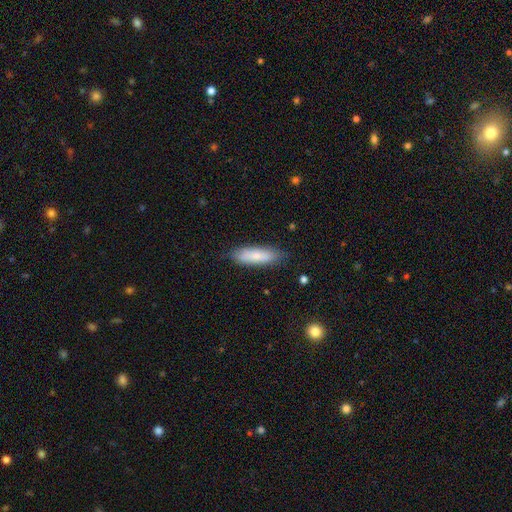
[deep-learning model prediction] Smooth or featured?
  - smooth: 79% *
  - featured or disk: 15%
  - star or artifact: 6%
How rounded?
  - cigar-shaped: 59% *
  - in between: 40%
  - round: 2%
Merging?
  - none: 84% *
  - minor disturbance: 12%
  - major disturbance: 2%
  - merger: 1%